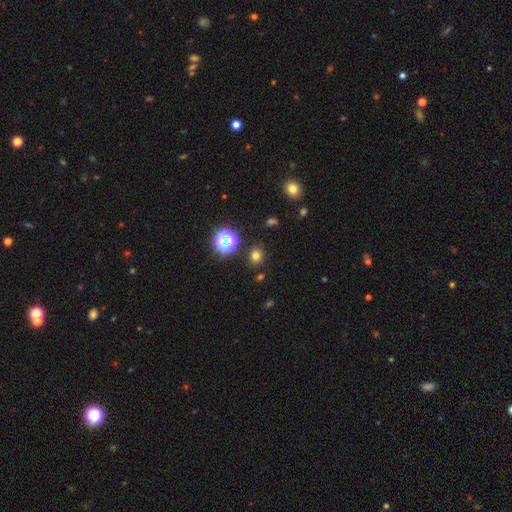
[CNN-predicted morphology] smooth-or-featured: smooth: 70% | star or artifact: 23% | featured or disk: 6%
  how-rounded: round: 78% | in between: 21% | cigar-shaped: 1%
  merging: none: 86% | minor disturbance: 8% | merger: 4% | major disturbance: 3%